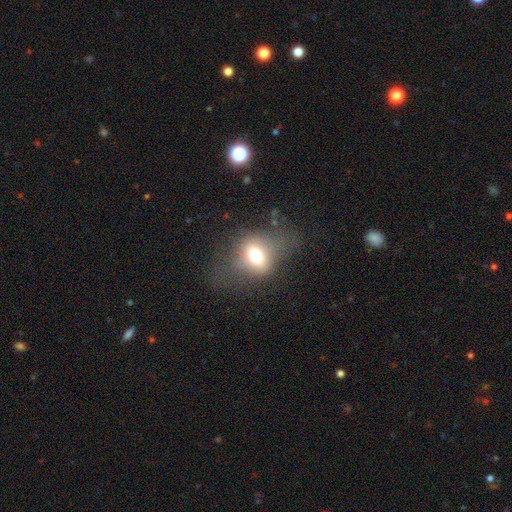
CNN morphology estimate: This appears to be a smooth galaxy with no disk features (61%) that is round (49%, tied with in between). Merging: none (59%).